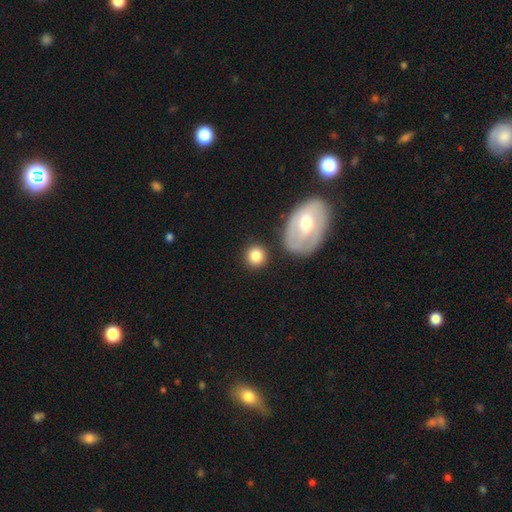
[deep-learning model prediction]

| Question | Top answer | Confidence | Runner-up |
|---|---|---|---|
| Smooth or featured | smooth | 83% | featured or disk (9%) |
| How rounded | round | 88% | in between (11%) |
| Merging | none | 80% | minor disturbance (10%) |